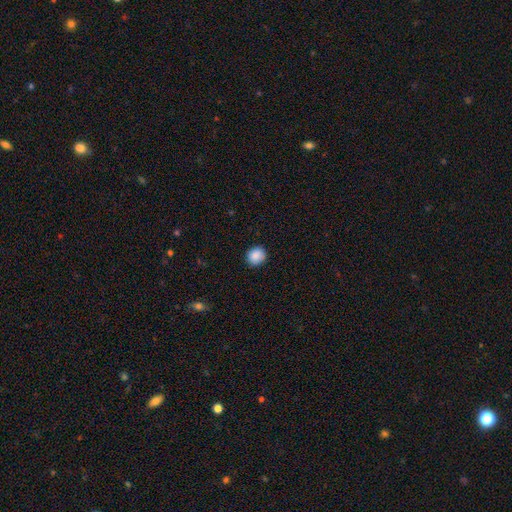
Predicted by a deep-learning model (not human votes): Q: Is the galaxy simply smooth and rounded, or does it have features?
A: smooth — 88%.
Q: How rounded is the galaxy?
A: round — 82%.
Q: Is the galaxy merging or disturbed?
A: none — 87%.